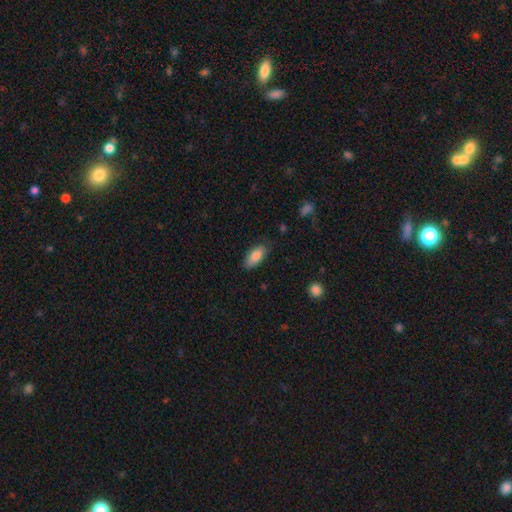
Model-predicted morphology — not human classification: smooth-or-featured: smooth: 84% | featured or disk: 9% | star or artifact: 7%
  how-rounded: in between: 88% | cigar-shaped: 10% | round: 2%
  merging: none: 77% | minor disturbance: 18% | major disturbance: 4% | merger: 1%